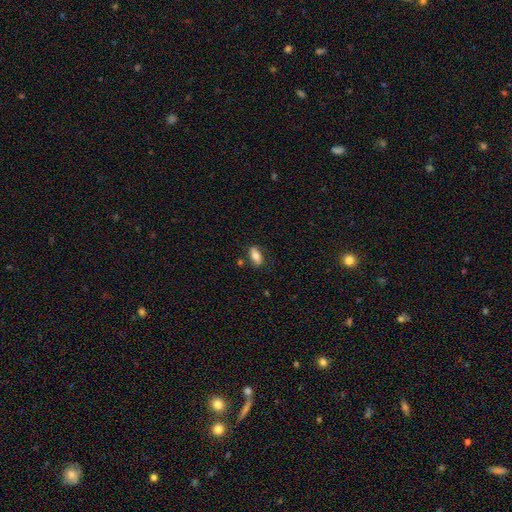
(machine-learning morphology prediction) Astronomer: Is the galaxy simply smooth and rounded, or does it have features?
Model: smooth — 74%.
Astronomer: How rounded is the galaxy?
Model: in between — 88%.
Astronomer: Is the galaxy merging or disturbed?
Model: none — 76%.